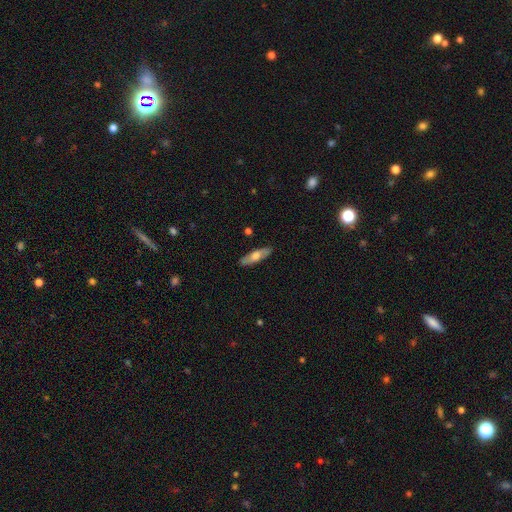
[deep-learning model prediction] smooth 55%, featured or disk 39%, star or artifact 6%. Down the decision tree: how rounded — cigar-shaped (58%); merging — none (88%).